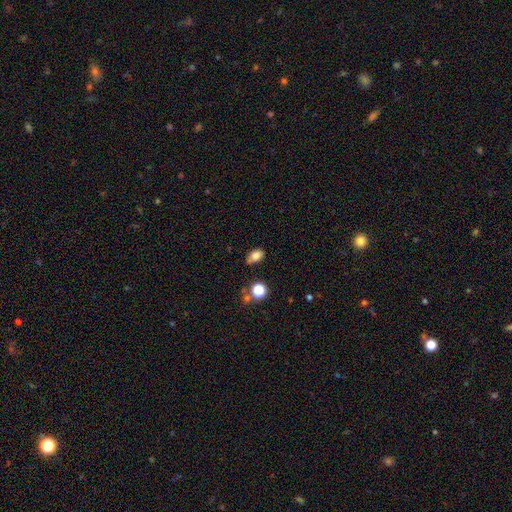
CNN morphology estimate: Smooth or featured? Predicted: smooth (p=0.80). How rounded? Predicted: in between (p=0.83). Merging? Predicted: none (p=0.69).